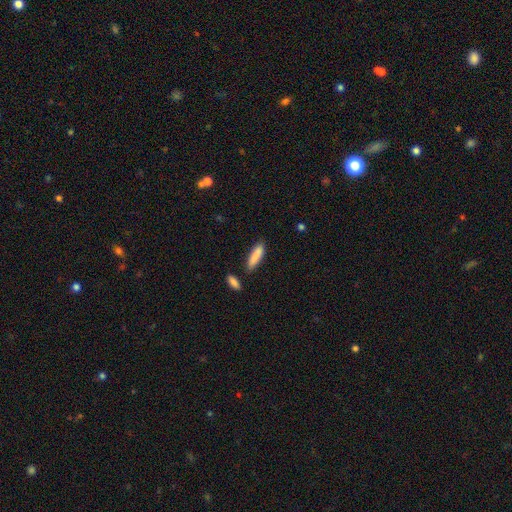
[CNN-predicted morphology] The model was most divided on "how rounded": cigar-shaped: 70%, in between: 29%, round: 2%. More confident: smooth or featured — smooth (87%); merging — none (81%).